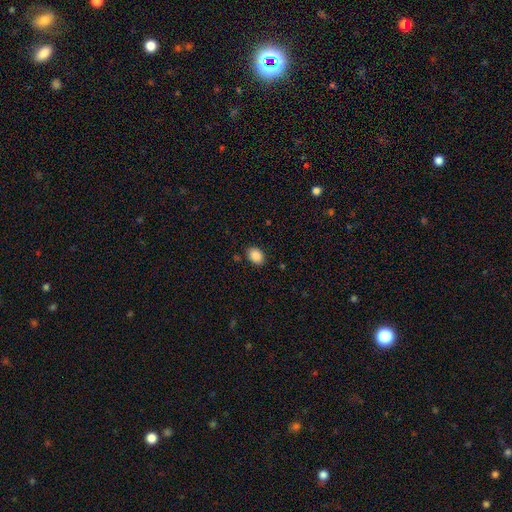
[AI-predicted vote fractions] smooth_or_featured: smooth (p=0.88) [alt: star or artifact p=0.08]
how_rounded: in between (p=0.72) [alt: round p=0.27]
merging: none (p=0.85) [alt: minor disturbance p=0.11]